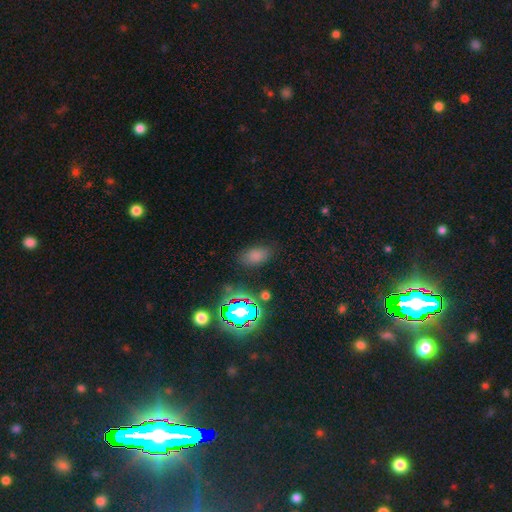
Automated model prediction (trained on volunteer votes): This is likely a smooth galaxy (71%). How rounded: clearly in between (89%). Merging: likely none (79%).